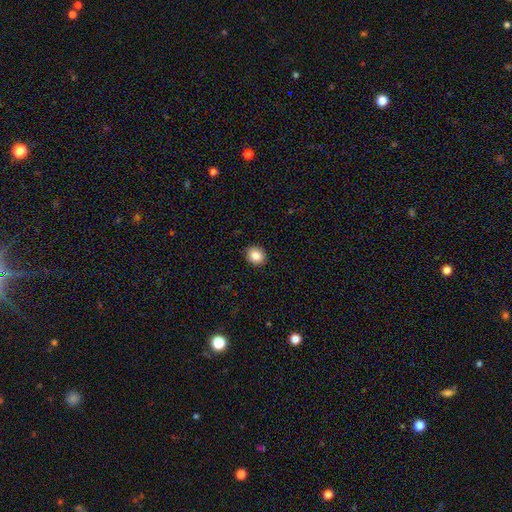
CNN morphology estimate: type=smooth (86%); roundness=round (63%); merging=none (90%).